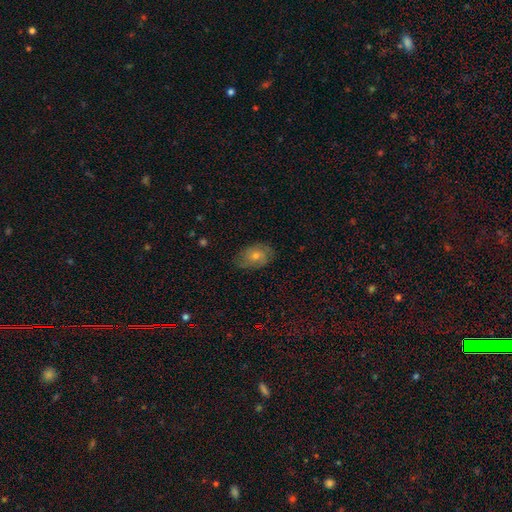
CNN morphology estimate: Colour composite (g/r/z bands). It shows a featured or disk galaxy (45%). Merging: none (72%).